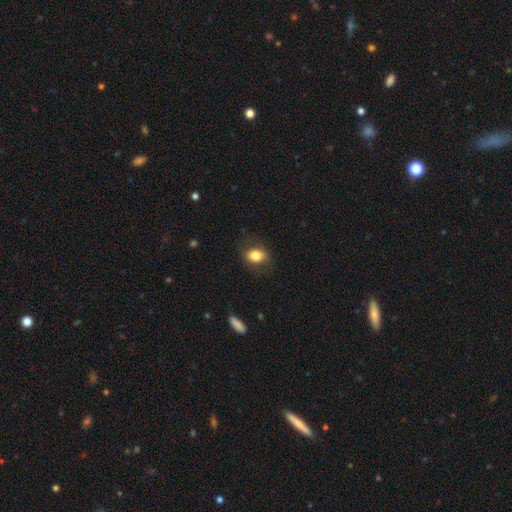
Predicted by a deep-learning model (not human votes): Smooth or featured? smooth (81%)
How rounded? in between (67%)
Merging? none (78%)